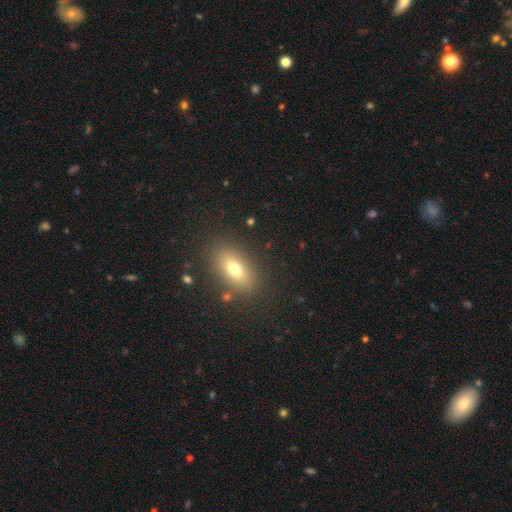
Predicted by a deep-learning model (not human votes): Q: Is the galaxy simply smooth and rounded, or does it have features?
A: smooth — 64%.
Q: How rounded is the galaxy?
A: in between — 81%.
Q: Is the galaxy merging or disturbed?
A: none — 87%.